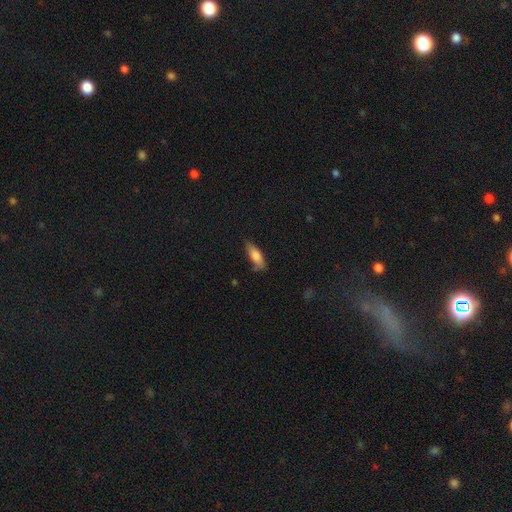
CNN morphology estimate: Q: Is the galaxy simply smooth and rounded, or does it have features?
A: smooth — 79%.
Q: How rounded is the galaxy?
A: in between — 62%.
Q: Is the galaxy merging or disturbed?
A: none — 73%.